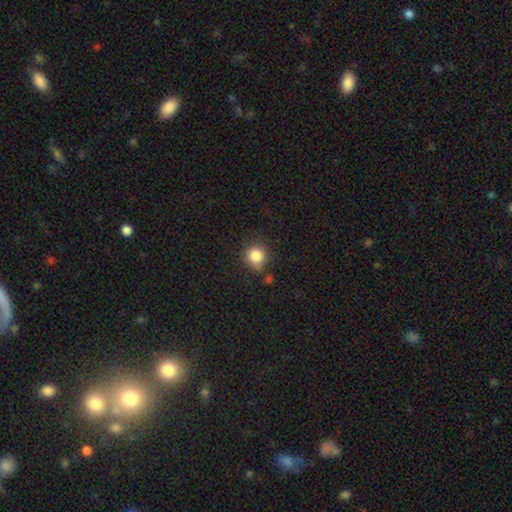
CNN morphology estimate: Smooth or featured? Predicted: smooth (p=0.84). How rounded? Predicted: round (p=0.90). Merging? Predicted: none (p=0.73).